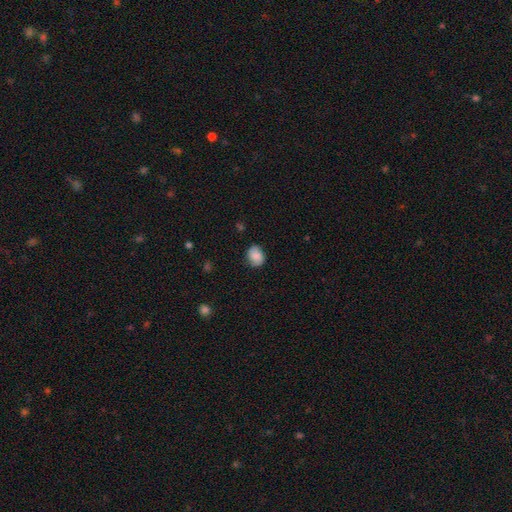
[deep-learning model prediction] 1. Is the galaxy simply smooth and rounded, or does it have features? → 78% smooth, 14% featured or disk, 8% star or artifact.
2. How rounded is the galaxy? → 50% in between, 49% round, 1% cigar-shaped.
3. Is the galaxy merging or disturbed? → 77% none, 18% minor disturbance, 4% major disturbance, 1% merger.